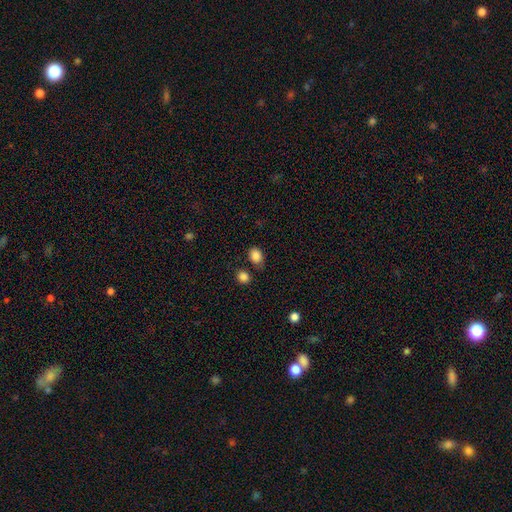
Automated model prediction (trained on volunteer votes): Smooth or featured? smooth (86%)
How rounded? in between (58%)
Merging? none (68%)